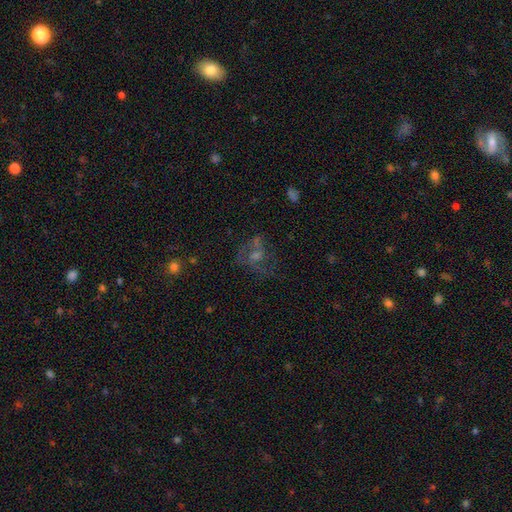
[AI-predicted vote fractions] A featured or disk galaxy (53%) with no bar (66%), spiral arms (60%) and a moderate central bulge (40%). Merging: none (51%).